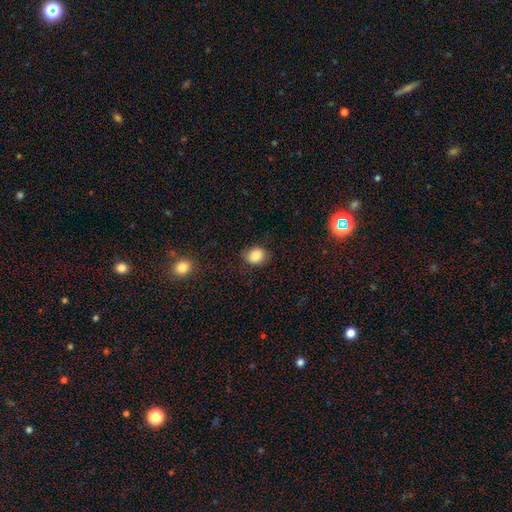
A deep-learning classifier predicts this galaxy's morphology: This is clearly a smooth galaxy (85%). How rounded: possibly in between (52%). Merging: clearly none (81%).